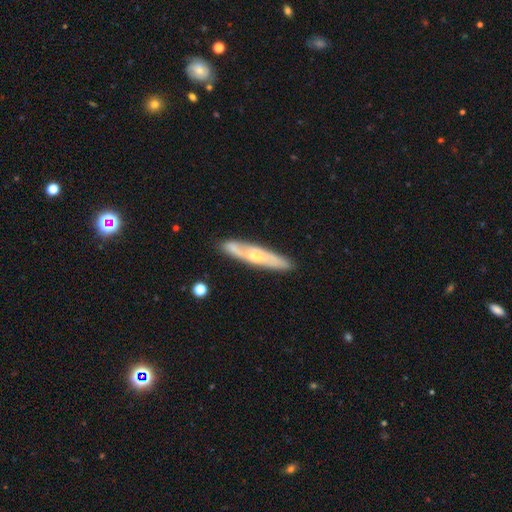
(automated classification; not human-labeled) The model was most divided on "edge-on disk": yes: 58%, no: 42%. More confident: merging — none (84%); smooth or featured — featured or disk (60%).